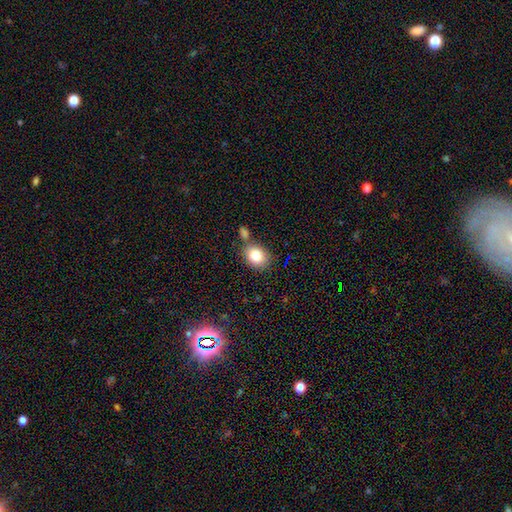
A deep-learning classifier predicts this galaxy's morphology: smooth 82%, star or artifact 10%, featured or disk 9%. Down the decision tree: how rounded — in between (53%); merging — none (64%).